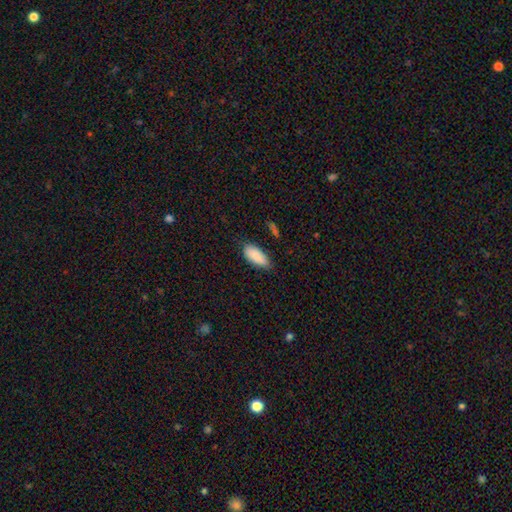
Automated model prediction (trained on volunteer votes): smooth 88%, star or artifact 6%, featured or disk 6%. Down the decision tree: how rounded — in between (87%); merging — none (74%).